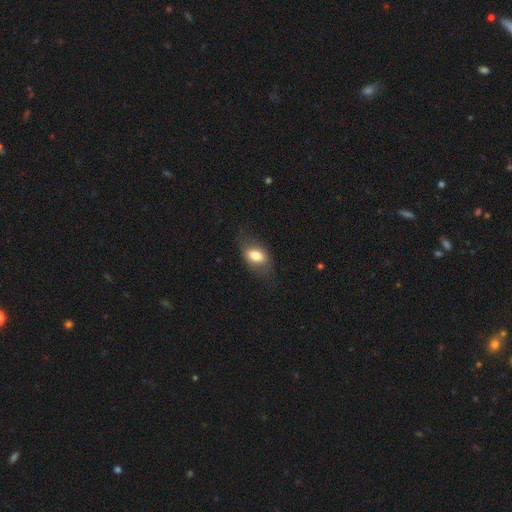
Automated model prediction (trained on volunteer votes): Smooth or featured?
  - smooth: 71% *
  - featured or disk: 21%
  - star or artifact: 7%
How rounded?
  - in between: 87% *
  - round: 10%
  - cigar-shaped: 3%
Merging?
  - none: 68% *
  - minor disturbance: 21%
  - major disturbance: 9%
  - merger: 1%